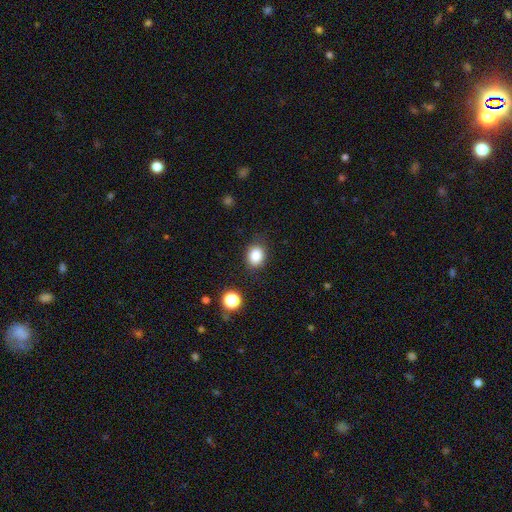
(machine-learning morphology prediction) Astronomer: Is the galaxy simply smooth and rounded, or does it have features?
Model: smooth — 85%.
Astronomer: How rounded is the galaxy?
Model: round — 58% (runner-up: in between, 42%).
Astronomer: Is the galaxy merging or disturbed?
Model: none — 82%.